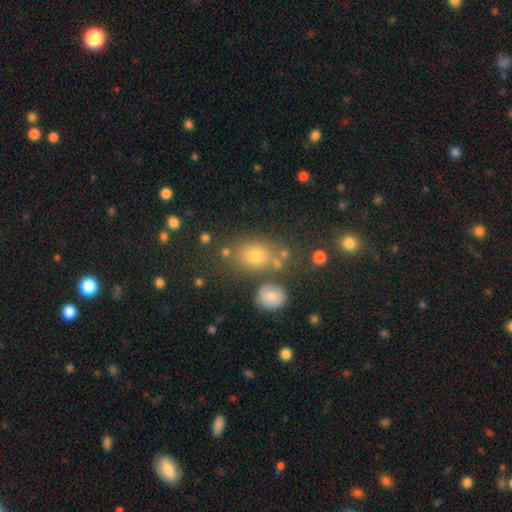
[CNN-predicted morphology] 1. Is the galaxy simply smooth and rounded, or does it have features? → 72% smooth, 17% star or artifact, 11% featured or disk.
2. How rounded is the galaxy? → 52% in between, 46% round, 2% cigar-shaped.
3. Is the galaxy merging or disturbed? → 69% none, 13% minor disturbance, 12% merger, 6% major disturbance.